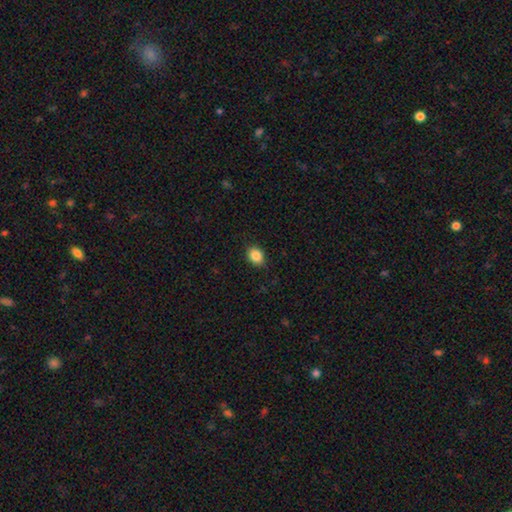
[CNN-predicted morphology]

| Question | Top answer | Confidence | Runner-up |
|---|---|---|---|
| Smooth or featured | smooth | 87% | star or artifact (9%) |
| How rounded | in between | 61% | round (39%) |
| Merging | none | 88% | minor disturbance (9%) |